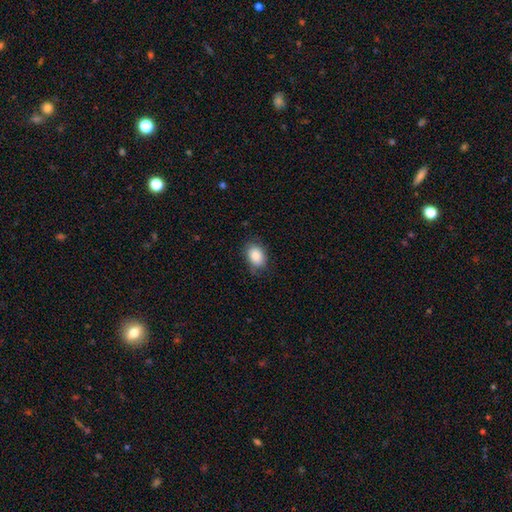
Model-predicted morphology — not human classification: type=smooth (86%); roundness=in between (80%); merging=none (74%).